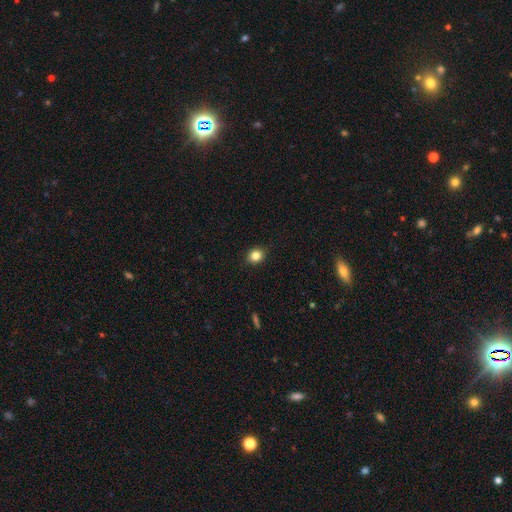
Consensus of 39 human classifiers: Smooth or featured?
  - smooth: 82% *
  - star or artifact: 13%
  - featured or disk: 5%
How rounded?
  - round: 59% *
  - in between: 41%
  - cigar-shaped: 0%
Merging?
  - none: 85% *
  - minor disturbance: 12%
  - major disturbance: 3%
  - merger: 0%